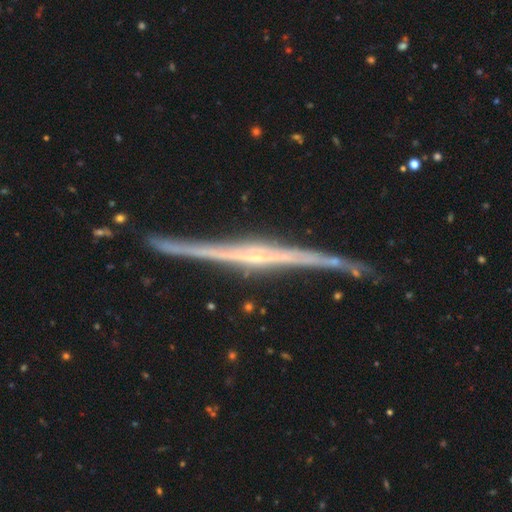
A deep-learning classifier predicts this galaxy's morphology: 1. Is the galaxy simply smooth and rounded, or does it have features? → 88% featured or disk, 7% smooth, 5% star or artifact.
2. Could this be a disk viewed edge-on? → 97% yes, 3% no.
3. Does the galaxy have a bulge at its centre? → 45% rounded, 40% none, 16% boxy.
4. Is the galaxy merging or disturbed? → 81% none, 14% minor disturbance, 3% major disturbance, 2% merger.